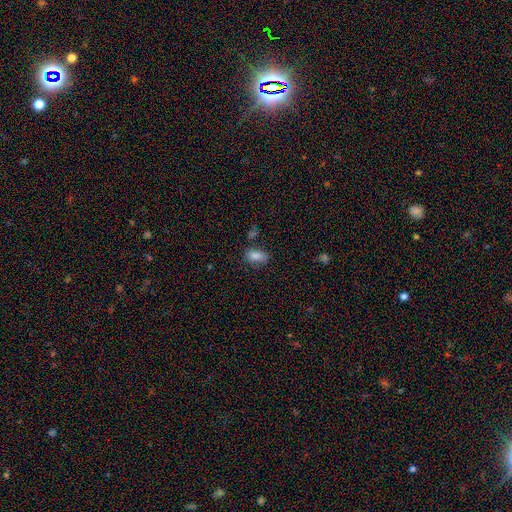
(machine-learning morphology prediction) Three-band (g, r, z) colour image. It shows a smooth galaxy with no disk features (83%) that is in between round and cigar-shaped (88%). Merging: none (68%).